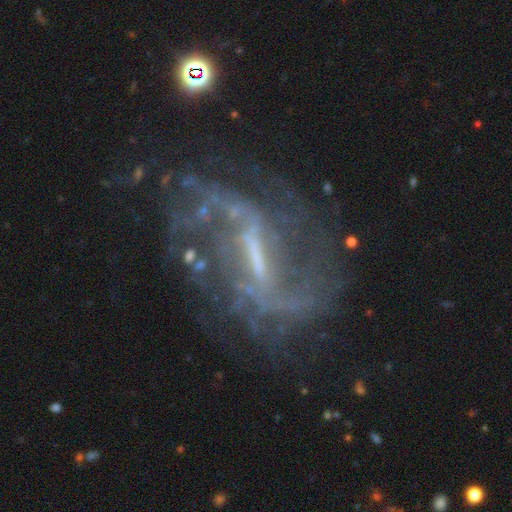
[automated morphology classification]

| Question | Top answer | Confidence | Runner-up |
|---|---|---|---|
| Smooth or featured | featured or disk | 85% | star or artifact (10%) |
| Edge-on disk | no | 94% | yes (6%) |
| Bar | strong | 56% | weak (35%) |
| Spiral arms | yes | 89% | no (11%) |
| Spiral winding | loose | 42% | medium (38%) |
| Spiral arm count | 2 | 39% | can't tell (32%) |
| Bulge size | small | 39% | none (33%) |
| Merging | none | 59% | major disturbance (21%) |